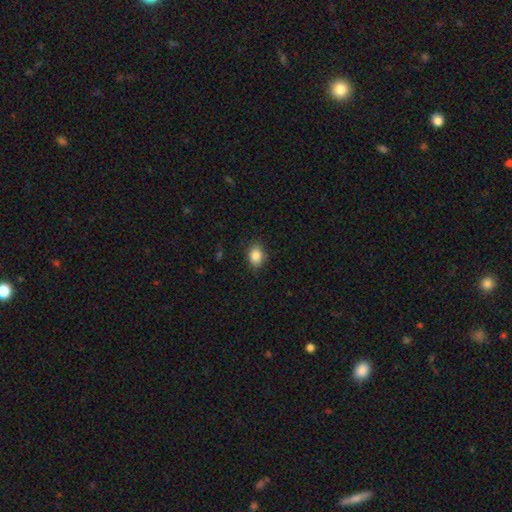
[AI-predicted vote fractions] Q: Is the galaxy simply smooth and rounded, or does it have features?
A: smooth — 85%.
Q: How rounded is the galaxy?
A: in between — 73%.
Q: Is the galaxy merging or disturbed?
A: none — 82%.